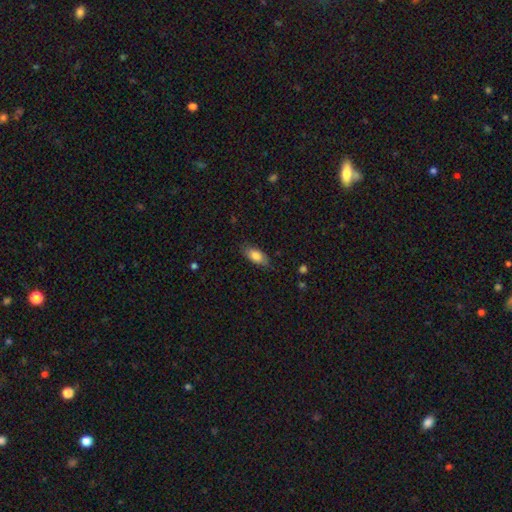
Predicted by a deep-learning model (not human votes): Smooth or featured?
  - smooth: 80% *
  - featured or disk: 14%
  - star or artifact: 7%
How rounded?
  - in between: 87% *
  - cigar-shaped: 10%
  - round: 3%
Merging?
  - none: 76% *
  - minor disturbance: 18%
  - major disturbance: 4%
  - merger: 1%